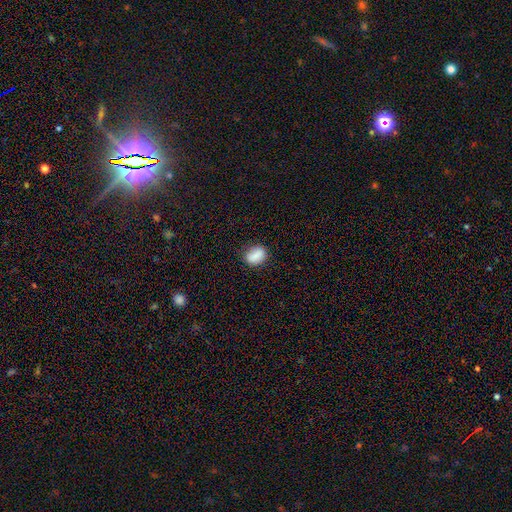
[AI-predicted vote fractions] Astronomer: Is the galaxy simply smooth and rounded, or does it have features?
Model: smooth — 83%.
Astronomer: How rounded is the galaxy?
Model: in between — 60% (runner-up: round, 39%).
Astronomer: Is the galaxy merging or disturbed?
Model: none — 78%.